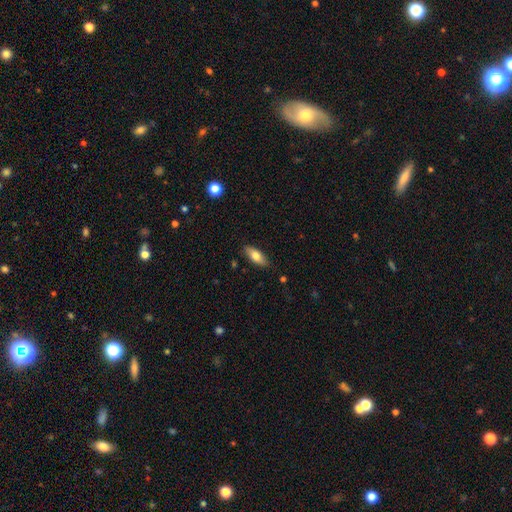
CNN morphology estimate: A smooth galaxy with no disk features (76%) that is in between round and cigar-shaped (82%).

Vote fractions:
- Smooth or featured? smooth: 76% / featured or disk: 18% / star or artifact: 6%
- How rounded? in between: 82% / cigar-shaped: 16% / round: 2%
- Merging? none: 86% / minor disturbance: 11% / major disturbance: 2% / merger: 1%